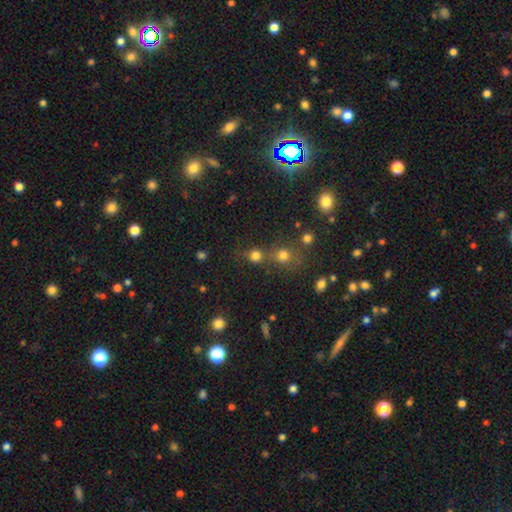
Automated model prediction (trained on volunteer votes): smooth 75%, star or artifact 18%, featured or disk 7%. Down the decision tree: how rounded — round (88%); merging — none (56%).